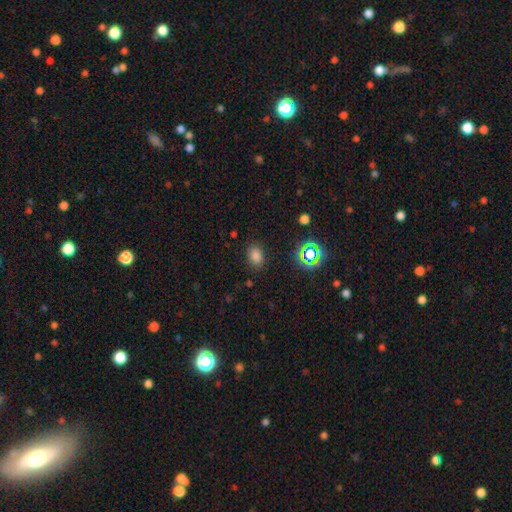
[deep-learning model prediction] smooth-or-featured: smooth: 77% | star or artifact: 18% | featured or disk: 6%
  how-rounded: in between: 72% | round: 27% | cigar-shaped: 1%
  merging: none: 84% | minor disturbance: 11% | major disturbance: 4% | merger: 2%